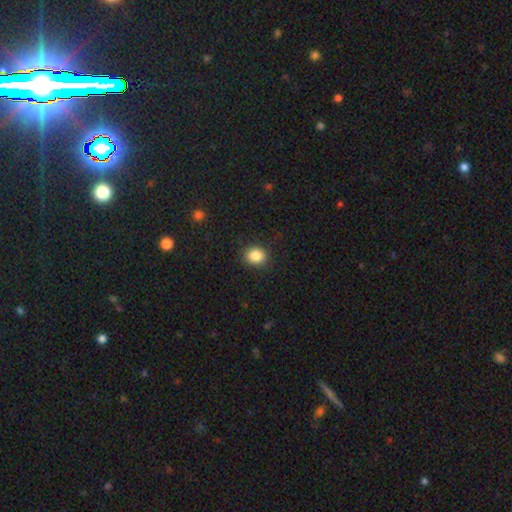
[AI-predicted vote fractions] A smooth galaxy with no disk features (85%) that is round (74%). Merging: none (88%).